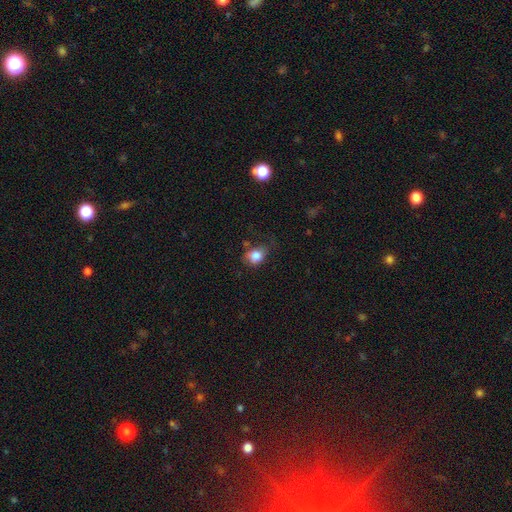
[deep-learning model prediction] This appears to be a smooth galaxy with no disk features (83%) that is in between round and cigar-shaped (55%). Merging: none (51%).